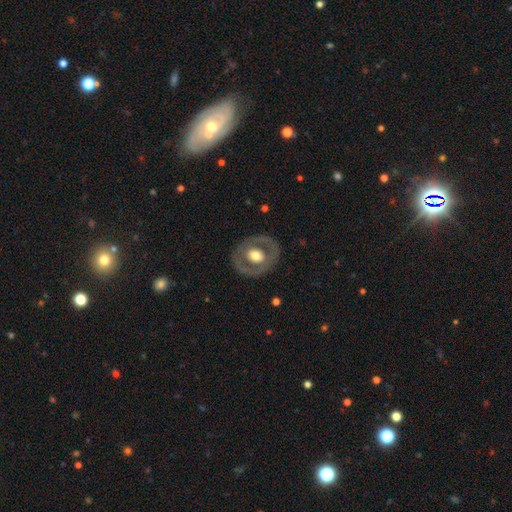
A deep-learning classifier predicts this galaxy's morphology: Smooth or featured?
  - featured or disk: 55% *
  - smooth: 40%
  - star or artifact: 5%
Edge-on disk?
  - no: 94% *
  - yes: 6%
Bar?
  - no: 80% *
  - weak: 15%
  - strong: 6%
Spiral arms?
  - no: 87% *
  - yes: 13%
Bulge size?
  - moderate: 54% *
  - large: 38%
  - small: 5%
  - dominant: 2%
  - none: 1%
Merging?
  - none: 81% *
  - minor disturbance: 12%
  - major disturbance: 6%
  - merger: 1%